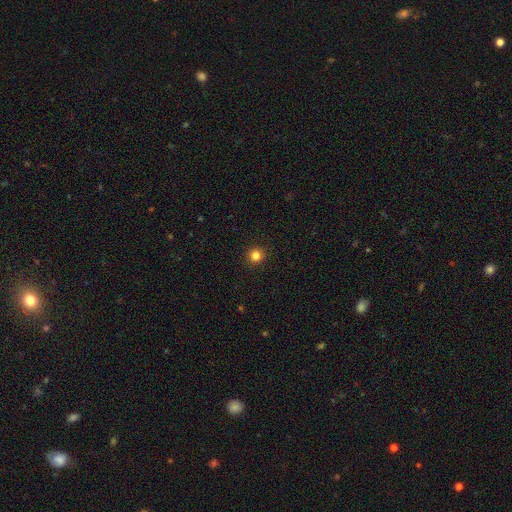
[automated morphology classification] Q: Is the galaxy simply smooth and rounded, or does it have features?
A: smooth — 83%.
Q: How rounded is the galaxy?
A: round — 94%.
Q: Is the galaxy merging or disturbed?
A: none — 93%.